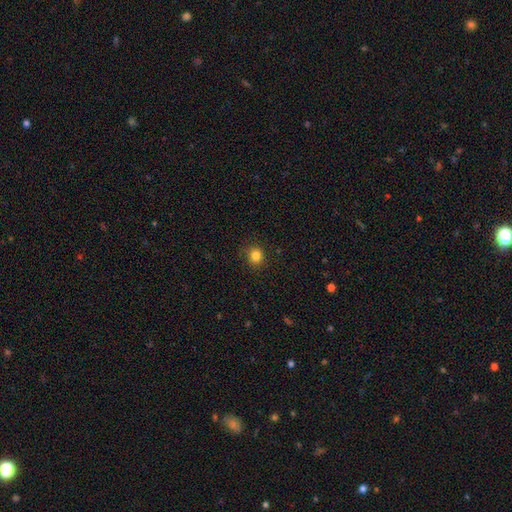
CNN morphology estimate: type=smooth (83%); roundness=round (85%); merging=none (89%).